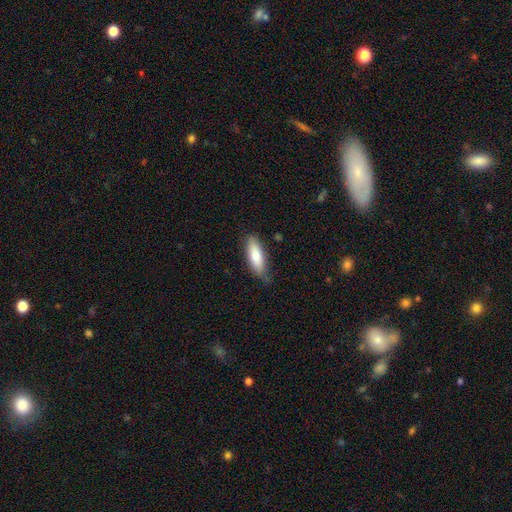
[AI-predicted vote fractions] Q: Smooth or featured?
A: smooth (77%); runner-up: featured or disk (17%)
Q: How rounded?
A: in between (61%); runner-up: cigar-shaped (37%)
Q: Merging?
A: none (78%); runner-up: minor disturbance (17%)